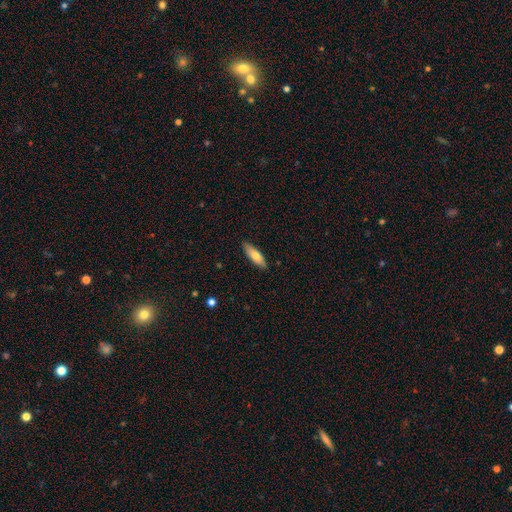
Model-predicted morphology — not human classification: Q: Smooth or featured?
A: smooth (72%); runner-up: featured or disk (23%)
Q: How rounded?
A: cigar-shaped (53%); runner-up: in between (45%)
Q: Merging?
A: none (88%); runner-up: minor disturbance (9%)